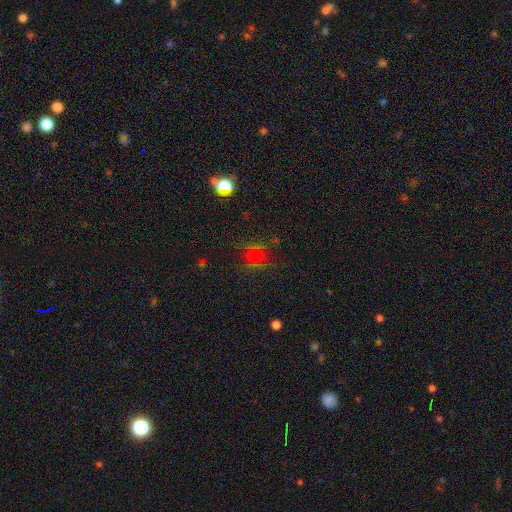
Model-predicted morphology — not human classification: Q: Smooth or featured?
A: smooth (44%); runner-up: star or artifact (39%)
Q: Merging?
A: none (72%); runner-up: minor disturbance (15%)